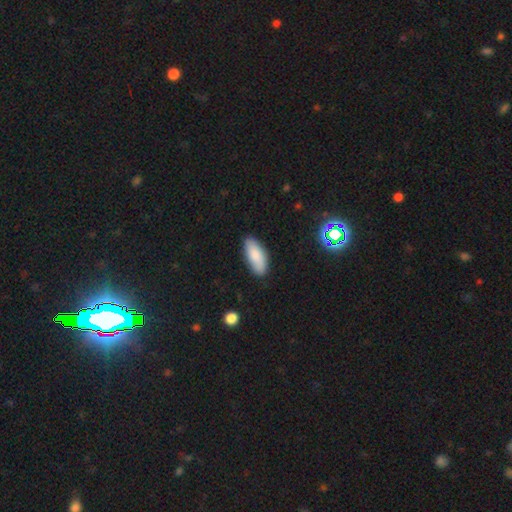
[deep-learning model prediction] The model was most divided on "how rounded": in between: 82%, cigar-shaped: 16%, round: 2%. More confident: smooth or featured — smooth (86%); merging — none (85%).